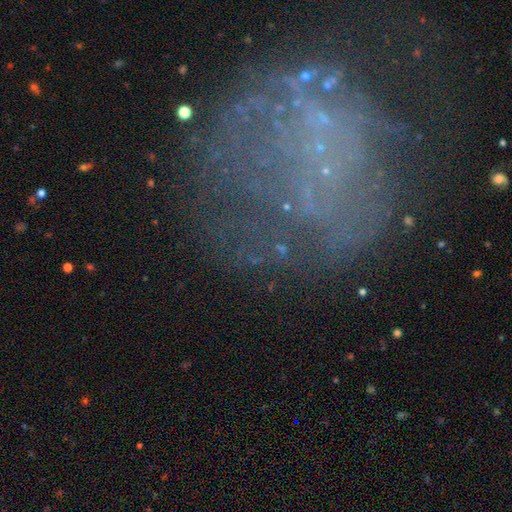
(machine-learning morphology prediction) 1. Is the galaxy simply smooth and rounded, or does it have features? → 48% featured or disk, 30% star or artifact, 22% smooth.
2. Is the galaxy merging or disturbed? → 56% none, 23% major disturbance, 16% minor disturbance, 5% merger.